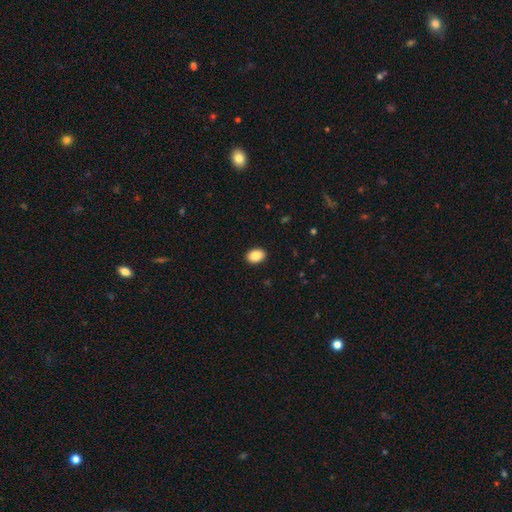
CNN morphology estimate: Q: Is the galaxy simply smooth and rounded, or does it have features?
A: smooth — 87%.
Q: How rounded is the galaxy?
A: in between — 79%.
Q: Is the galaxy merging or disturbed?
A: none — 91%.